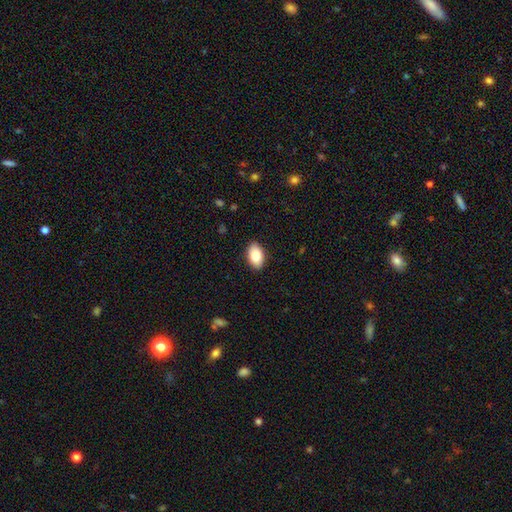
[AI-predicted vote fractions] Smooth or featured: smooth — 87% (star or artifact — 7%)
How rounded: in between — 94% (round — 5%)
Merging: none — 89% (minor disturbance — 8%)